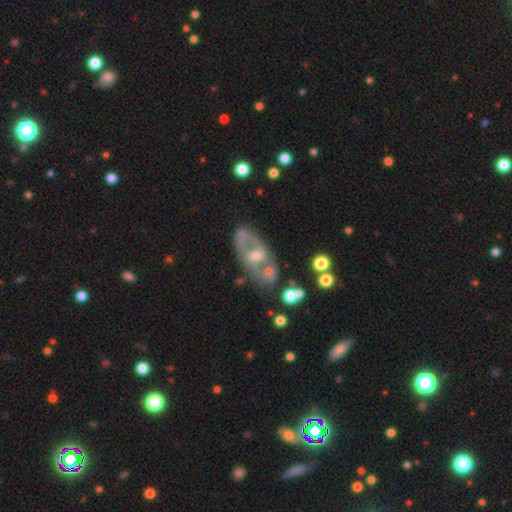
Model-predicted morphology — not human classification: featured or disk 68%, smooth 23%, star or artifact 9%. Down the decision tree: edge-on disk — no (89%); bar — no (59%); spiral arms — no (57%); bulge size — moderate (53%); merging — none (55%).